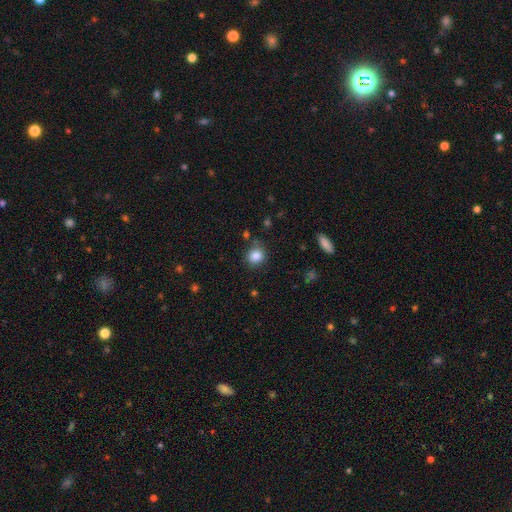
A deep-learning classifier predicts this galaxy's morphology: type=smooth (86%); roundness=round (81%); merging=none (78%).